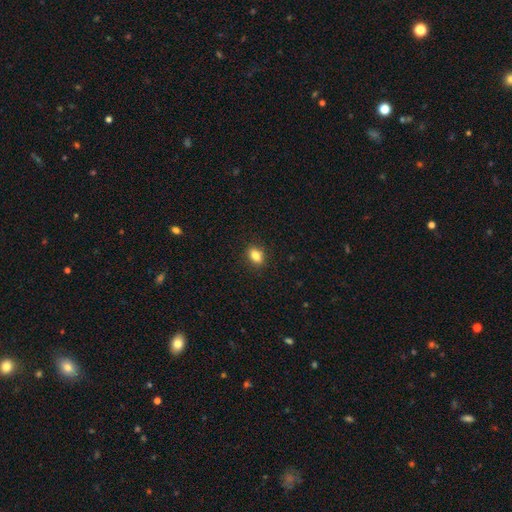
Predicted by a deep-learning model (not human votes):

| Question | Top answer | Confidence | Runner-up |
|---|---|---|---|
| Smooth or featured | smooth | 82% | star or artifact (10%) |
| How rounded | in between | 76% | round (22%) |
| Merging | none | 89% | minor disturbance (8%) |